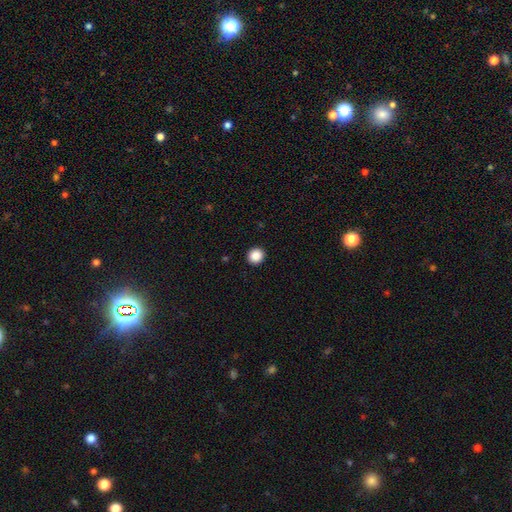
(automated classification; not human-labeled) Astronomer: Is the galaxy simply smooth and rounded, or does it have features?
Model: smooth — 88%.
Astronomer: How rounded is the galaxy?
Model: round — 92%.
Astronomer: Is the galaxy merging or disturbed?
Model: none — 93%.